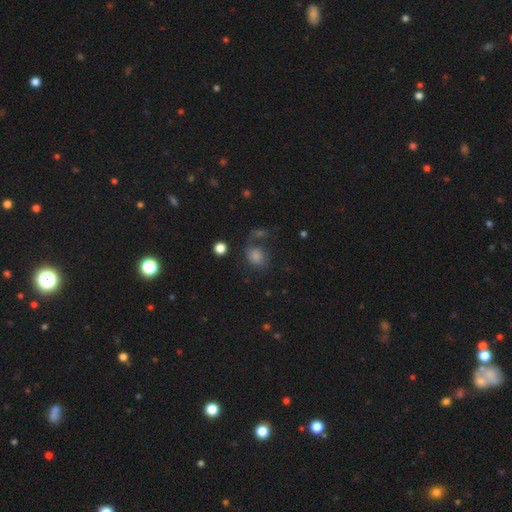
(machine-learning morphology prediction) smooth 61%, star or artifact 20%, featured or disk 19%. Down the decision tree: how rounded — round (56%); merging — none (49%).